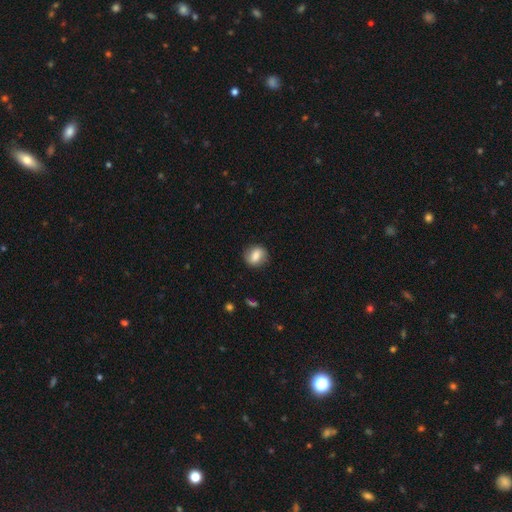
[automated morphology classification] Smooth or featured? smooth (77%)
How rounded? round (60%)
Merging? none (84%)